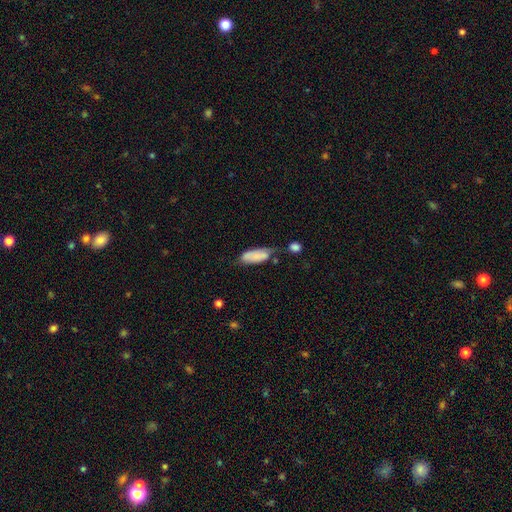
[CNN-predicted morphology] type=smooth (77%); roundness=in between (78%); merging=minor disturbance (32%).